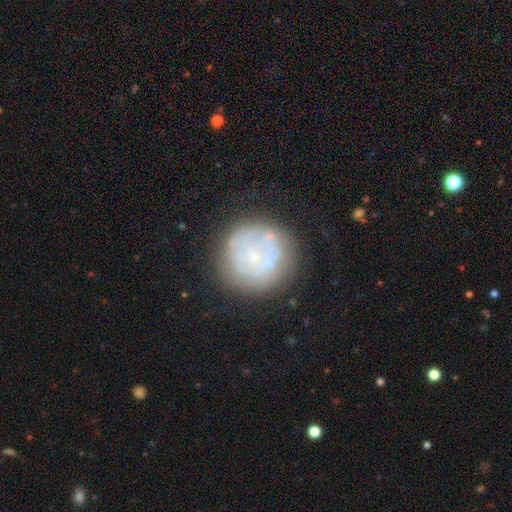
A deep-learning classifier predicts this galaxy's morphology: Q: Smooth or featured?
A: featured or disk (54%); runner-up: smooth (36%)
Q: Edge-on disk?
A: no (98%); runner-up: yes (2%)
Q: Bar?
A: no (88%); runner-up: weak (9%)
Q: Spiral arms?
A: no (61%); runner-up: yes (39%)
Q: Bulge size?
A: small (66%); runner-up: none (18%)
Q: Merging?
A: none (70%); runner-up: minor disturbance (17%)